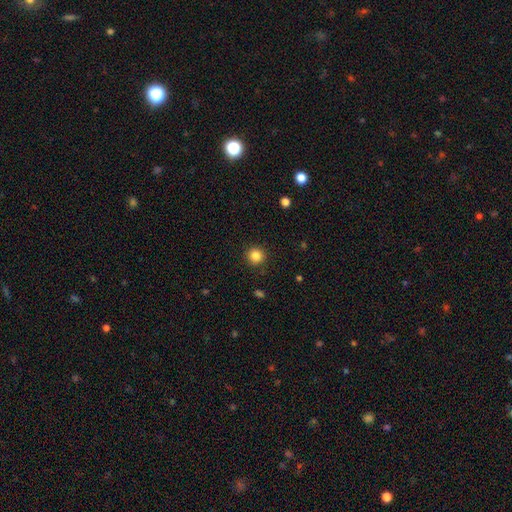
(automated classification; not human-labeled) This is clearly a smooth galaxy (85%). How rounded: clearly round (95%). Merging: clearly none (92%).